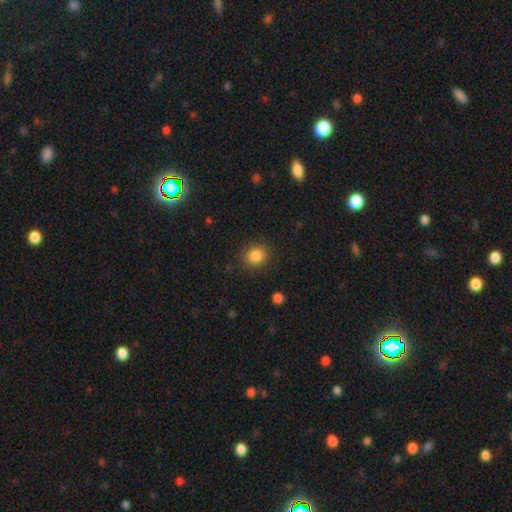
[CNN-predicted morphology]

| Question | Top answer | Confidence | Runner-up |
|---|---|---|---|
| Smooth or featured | smooth | 85% | star or artifact (11%) |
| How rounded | round | 79% | in between (20%) |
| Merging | none | 87% | minor disturbance (9%) |